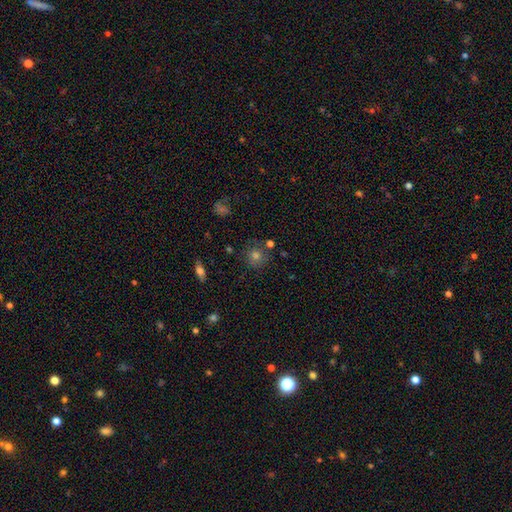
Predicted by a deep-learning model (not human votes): Smooth or featured? smooth (64%)
How rounded? round (90%)
Merging? none (79%)